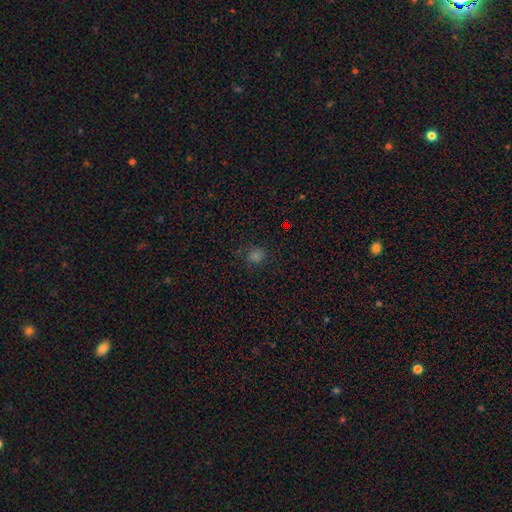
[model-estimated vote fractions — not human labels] Smooth or featured: smooth — 70% (star or artifact — 25%)
How rounded: round — 76% (in between — 23%)
Merging: none — 80% (minor disturbance — 13%)